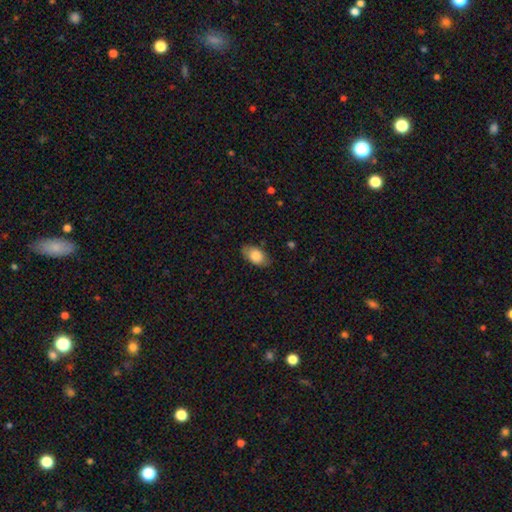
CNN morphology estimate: A smooth galaxy with no disk features (81%) that is in between round and cigar-shaped (92%).

Vote fractions:
- Smooth or featured? smooth: 81% / featured or disk: 12% / star or artifact: 7%
- How rounded? in between: 92% / round: 5% / cigar-shaped: 2%
- Merging? none: 79% / minor disturbance: 16% / major disturbance: 4% / merger: 1%